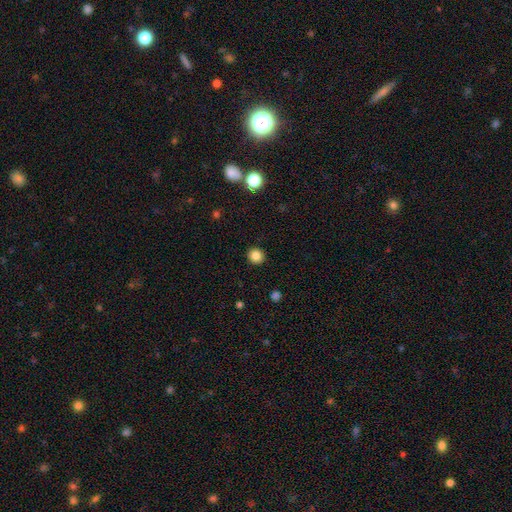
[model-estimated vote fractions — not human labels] This appears to be a smooth galaxy with no disk features (84%) that is round (89%). Merging: none (92%).